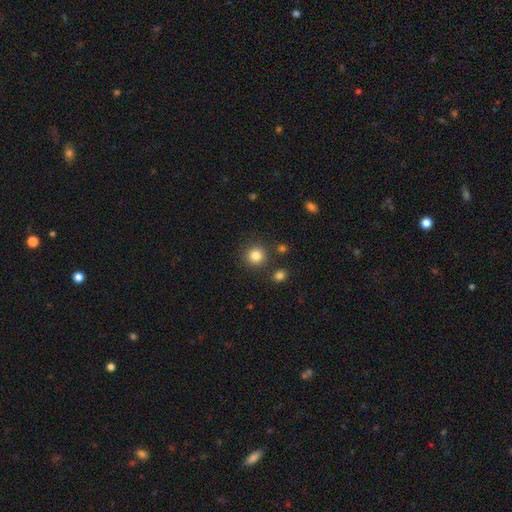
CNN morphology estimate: smooth-or-featured: smooth: 84% | star or artifact: 11% | featured or disk: 5%
  how-rounded: round: 93% | in between: 6% | cigar-shaped: 1%
  merging: none: 86% | minor disturbance: 7% | merger: 5% | major disturbance: 3%